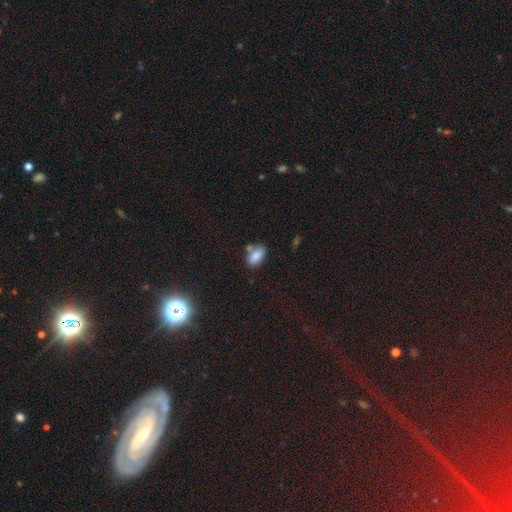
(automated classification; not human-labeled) This is clearly a smooth galaxy (83%). How rounded: clearly in between (89%). Merging: likely none (60%).